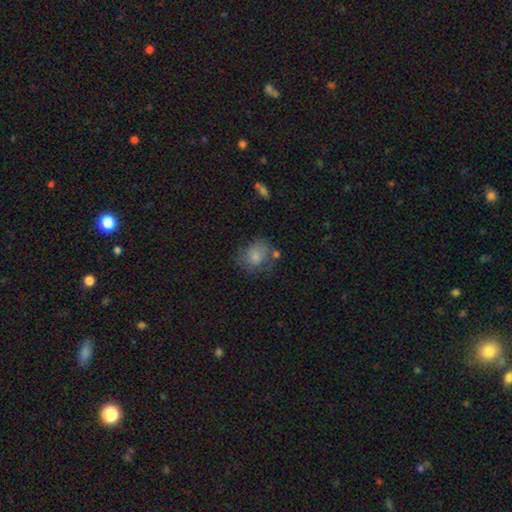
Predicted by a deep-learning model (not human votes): smooth_or_featured: smooth (p=0.74) [alt: featured or disk p=0.17]
how_rounded: round (p=0.56) [alt: in between p=0.43]
merging: none (p=0.51) [alt: minor disturbance p=0.25]